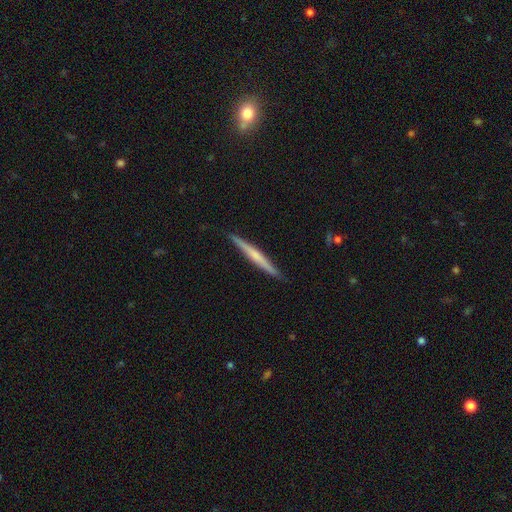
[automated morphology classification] This appears to be a featured or disk galaxy (57%) viewed edge-on (98%) with no central bulge (50%). Merging: none (91%).